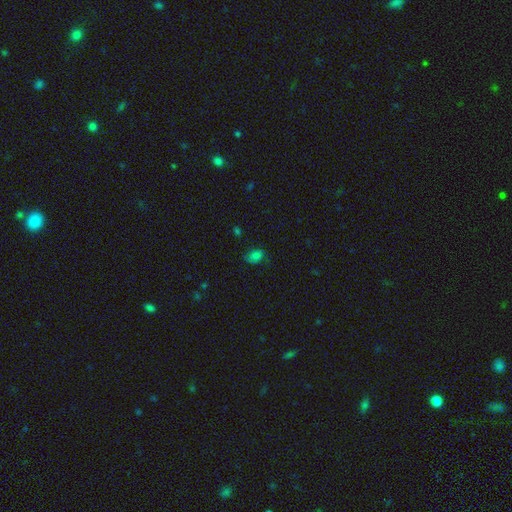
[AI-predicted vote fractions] A smooth galaxy with no disk features (75%) that is in between round and cigar-shaped (74%).

Vote fractions:
- Smooth or featured? smooth: 75% / star or artifact: 17% / featured or disk: 9%
- How rounded? in between: 74% / round: 25% / cigar-shaped: 1%
- Merging? none: 67% / minor disturbance: 25% / major disturbance: 7% / merger: 2%